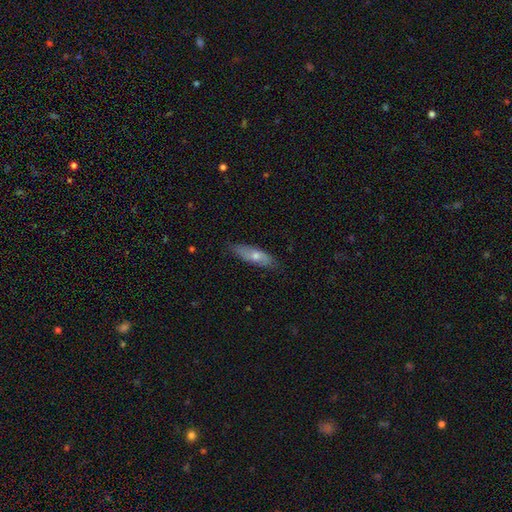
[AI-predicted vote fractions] smooth 55%, featured or disk 38%, star or artifact 7%. Down the decision tree: how rounded — cigar-shaped (56%); merging — none (83%).